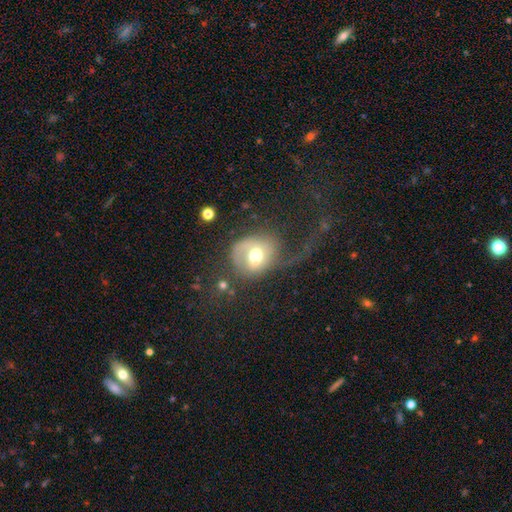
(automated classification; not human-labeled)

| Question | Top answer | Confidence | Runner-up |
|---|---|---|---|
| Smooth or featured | smooth | 50% | featured or disk (42%) |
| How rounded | round | 61% | in between (38%) |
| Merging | major disturbance | 49% | none (28%) |